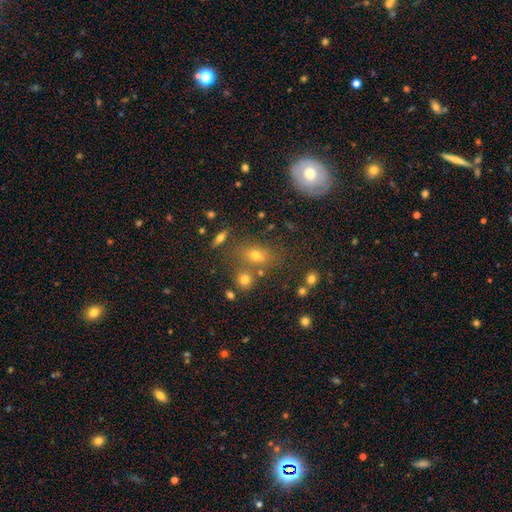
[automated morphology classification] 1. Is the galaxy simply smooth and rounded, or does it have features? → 59% smooth, 23% star or artifact, 17% featured or disk.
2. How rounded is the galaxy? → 59% in between, 38% round, 4% cigar-shaped.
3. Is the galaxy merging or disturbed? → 65% none, 16% merger, 13% minor disturbance, 6% major disturbance.